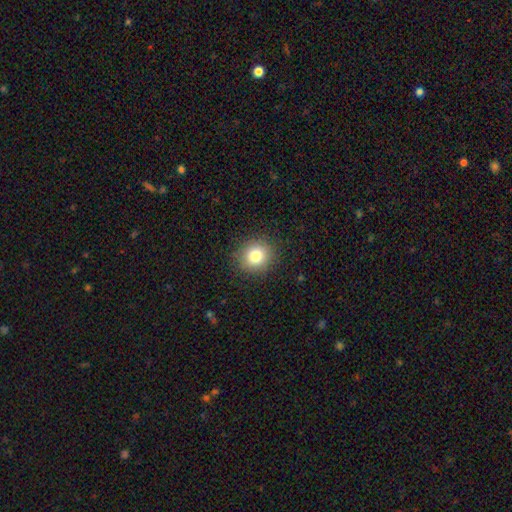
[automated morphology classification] This appears to be a smooth galaxy with no disk features (81%) that is round (83%). Merging: none (88%).